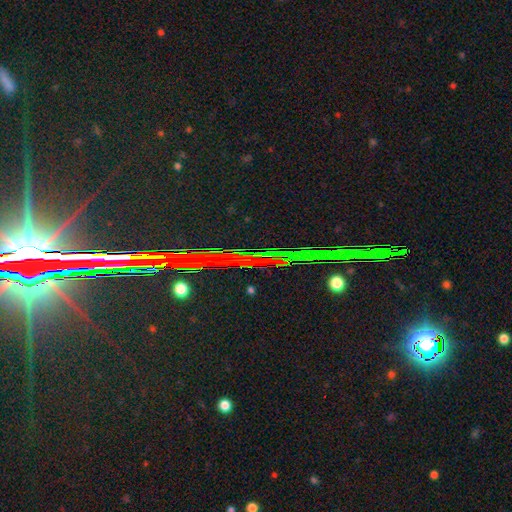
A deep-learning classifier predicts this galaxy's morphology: A star or artifact, not a galaxy (83%).